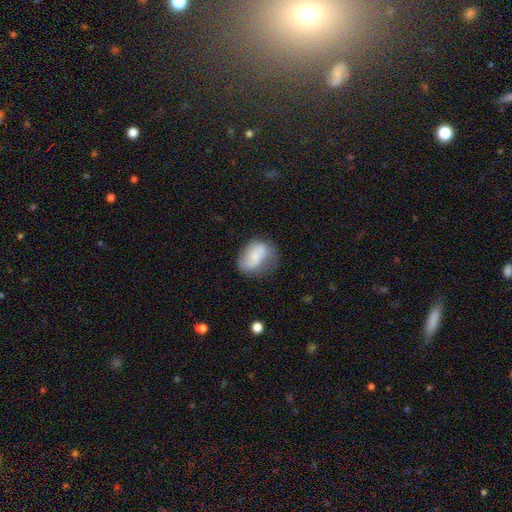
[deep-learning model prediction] Q: Smooth or featured?
A: smooth (62%); runner-up: featured or disk (30%)
Q: How rounded?
A: in between (71%); runner-up: round (27%)
Q: Merging?
A: none (47%); runner-up: minor disturbance (32%)